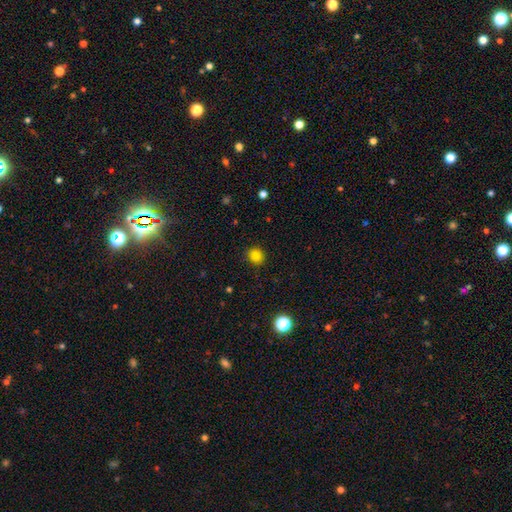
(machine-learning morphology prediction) Smooth or featured? Predicted: smooth (p=0.82). How rounded? Predicted: round (p=0.85). Merging? Predicted: none (p=0.88).